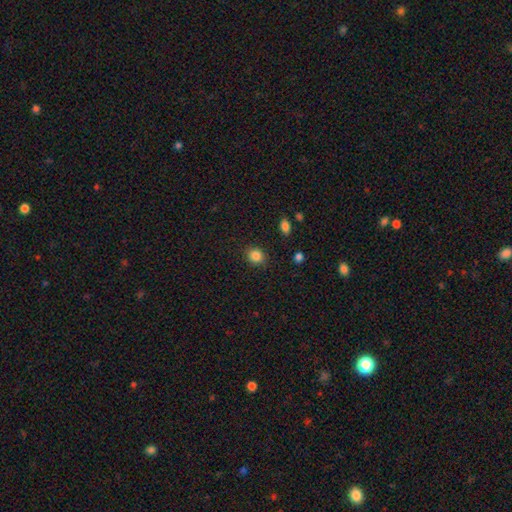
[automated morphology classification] Q: Smooth or featured?
A: smooth (85%); runner-up: star or artifact (11%)
Q: How rounded?
A: round (69%); runner-up: in between (30%)
Q: Merging?
A: none (87%); runner-up: minor disturbance (9%)